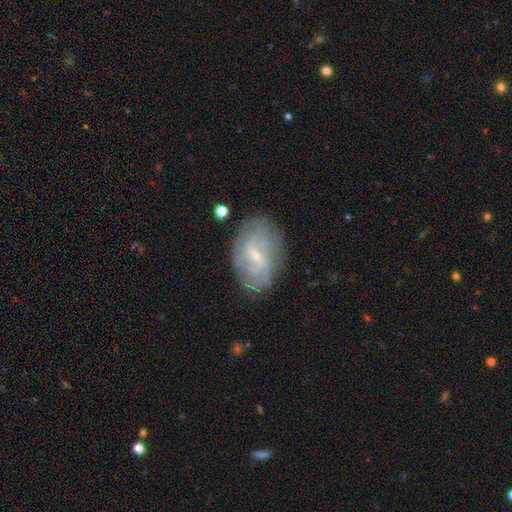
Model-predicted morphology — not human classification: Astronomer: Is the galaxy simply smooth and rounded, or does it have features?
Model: featured or disk — 76%.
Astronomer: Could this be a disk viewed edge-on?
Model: no — 95%.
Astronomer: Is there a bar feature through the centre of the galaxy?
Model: weak — 56%.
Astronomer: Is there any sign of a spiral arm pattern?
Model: yes — 83%.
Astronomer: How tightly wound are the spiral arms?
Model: tight — 37%, tied with medium at 37%.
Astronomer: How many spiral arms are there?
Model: can't tell — 42% (runner-up: 2, 33%).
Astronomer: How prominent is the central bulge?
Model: small — 75%.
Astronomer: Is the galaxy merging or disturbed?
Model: none — 76%.